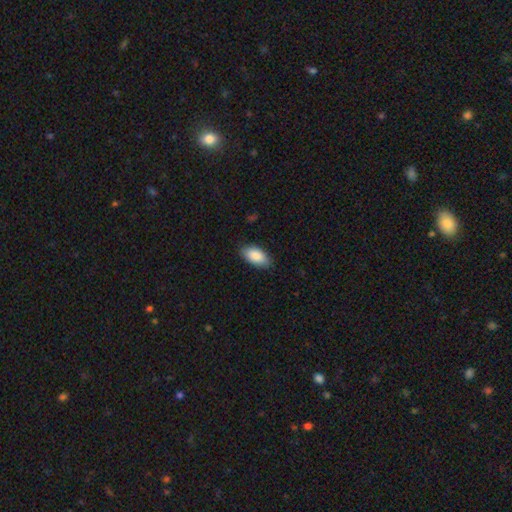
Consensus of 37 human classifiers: A smooth galaxy with no disk features (95%) that is in between round and cigar-shaped (97%). Merging: none (81%).